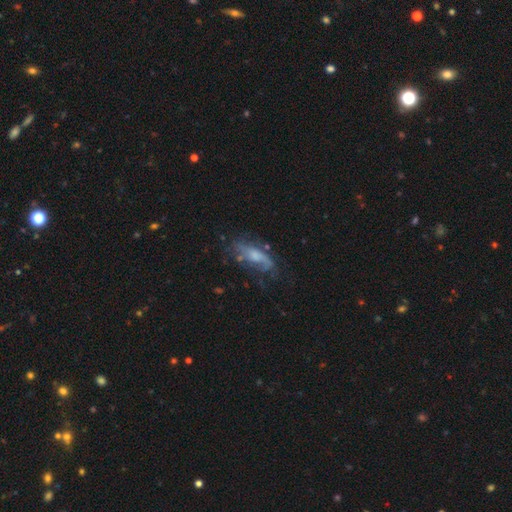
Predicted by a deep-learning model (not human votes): Smooth or featured? Predicted: featured or disk (p=0.60). Edge-on disk? Predicted: no (p=0.78). Merging? Predicted: none (p=0.50).